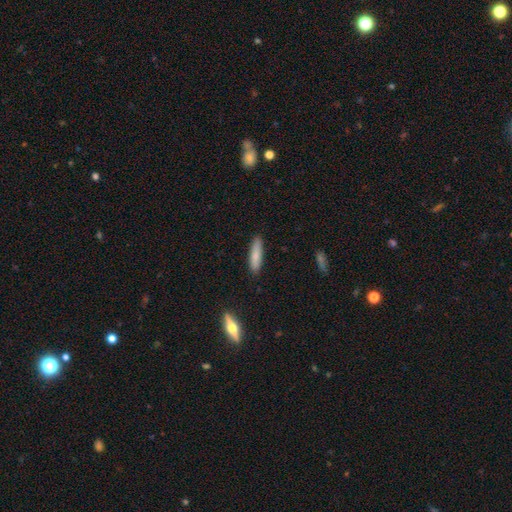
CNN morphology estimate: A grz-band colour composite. It shows a smooth galaxy with no disk features (82%) that is cigar-shaped (75%). Merging: none (88%).